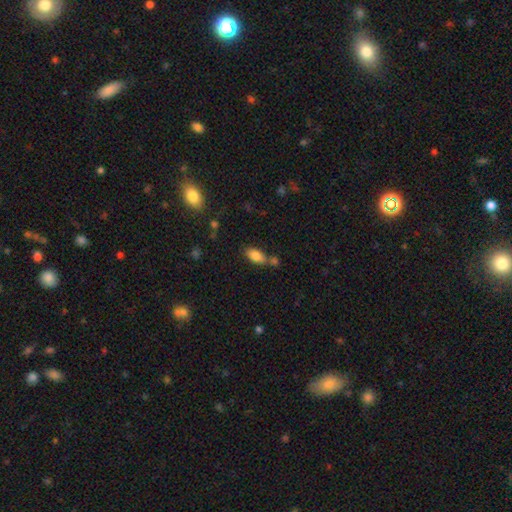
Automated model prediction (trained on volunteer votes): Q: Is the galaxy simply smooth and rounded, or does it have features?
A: smooth — 81%.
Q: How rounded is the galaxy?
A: in between — 88%.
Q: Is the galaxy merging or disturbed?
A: none — 56%.